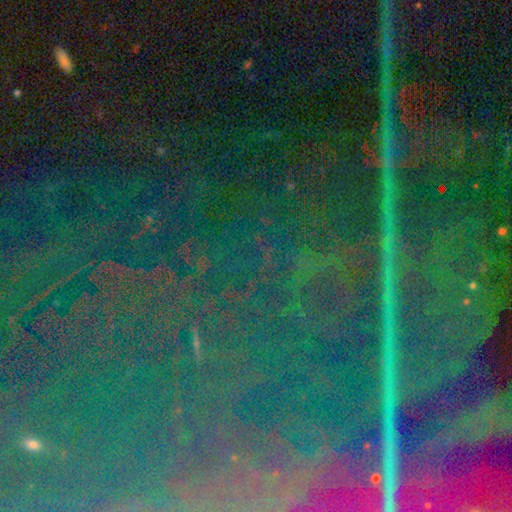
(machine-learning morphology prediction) Smooth or featured: star or artifact — 87% (featured or disk — 7%)